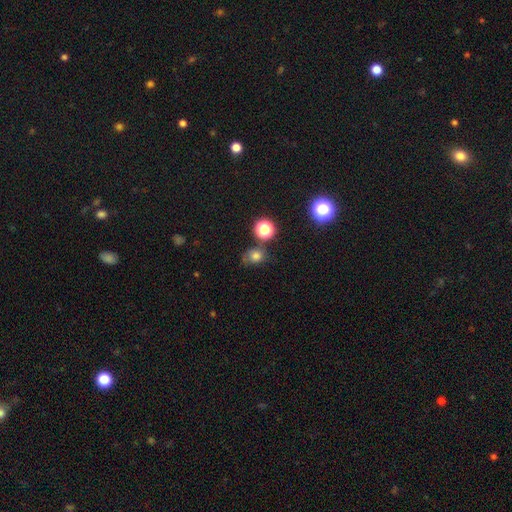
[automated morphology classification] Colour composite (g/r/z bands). It shows a smooth galaxy with no disk features (73%) that is round (68%). Merging: none (59%).